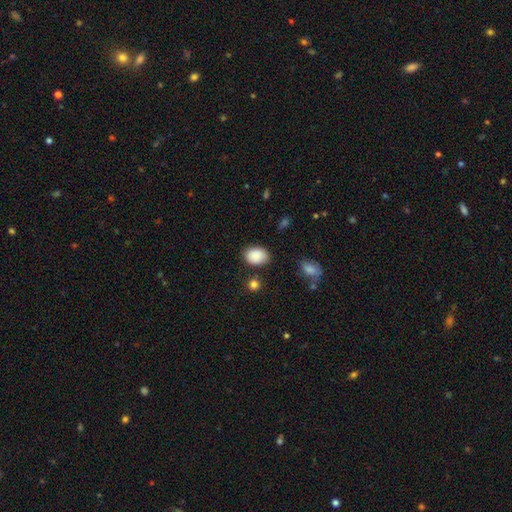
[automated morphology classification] Smooth or featured: smooth — 88% (star or artifact — 8%)
How rounded: in between — 74% (round — 25%)
Merging: none — 78% (minor disturbance — 15%)